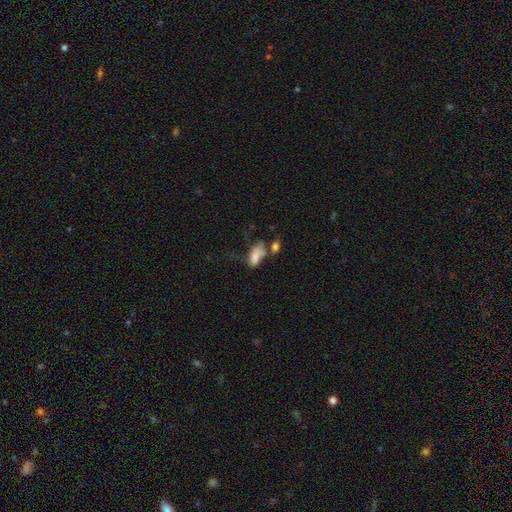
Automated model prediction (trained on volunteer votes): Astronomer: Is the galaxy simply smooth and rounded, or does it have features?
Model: smooth — 70%.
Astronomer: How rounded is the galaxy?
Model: in between — 90%.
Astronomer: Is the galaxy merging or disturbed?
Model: merger — 33% (runner-up: major disturbance, 23%).